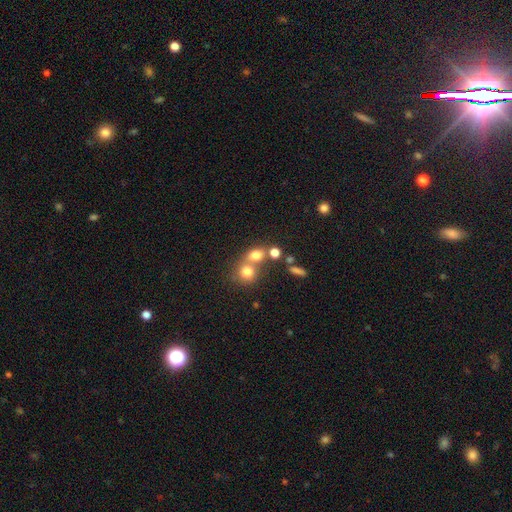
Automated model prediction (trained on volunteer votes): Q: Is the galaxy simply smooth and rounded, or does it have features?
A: smooth — 75%.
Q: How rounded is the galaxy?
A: round — 61%.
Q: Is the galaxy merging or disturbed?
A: merger — 48%.